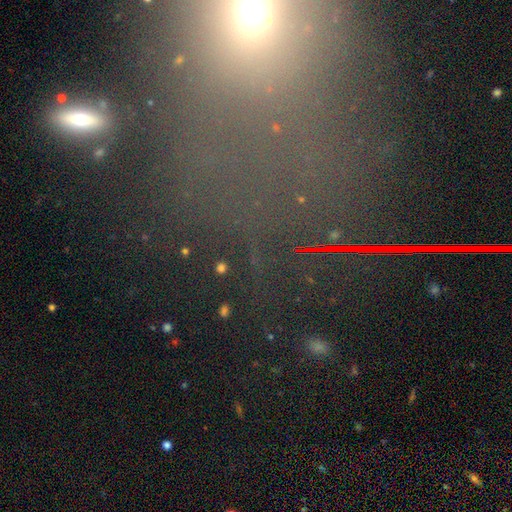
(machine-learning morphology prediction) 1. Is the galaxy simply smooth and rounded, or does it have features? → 65% star or artifact, 20% smooth, 15% featured or disk.